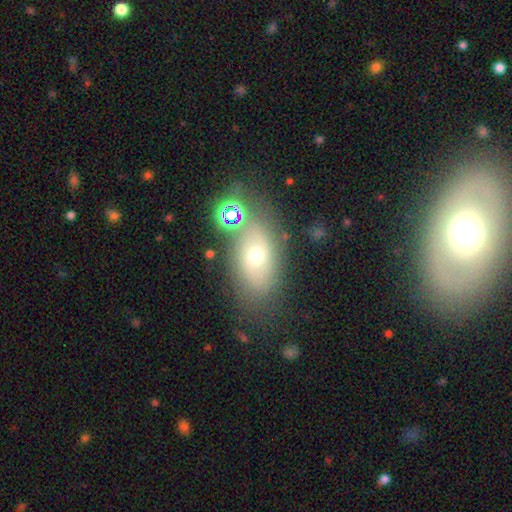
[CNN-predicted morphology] Smooth or featured? Predicted: smooth (p=0.53). How rounded? Predicted: in between (p=0.84). Merging? Predicted: none (p=0.64).